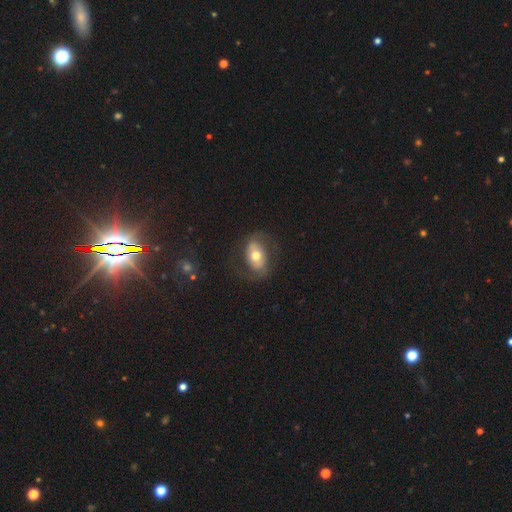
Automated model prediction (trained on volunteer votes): This appears to be a featured or disk galaxy (55%) with no bar (47%), spiral arms (64%) and a moderate central bulge (73%). Merging: none (67%).